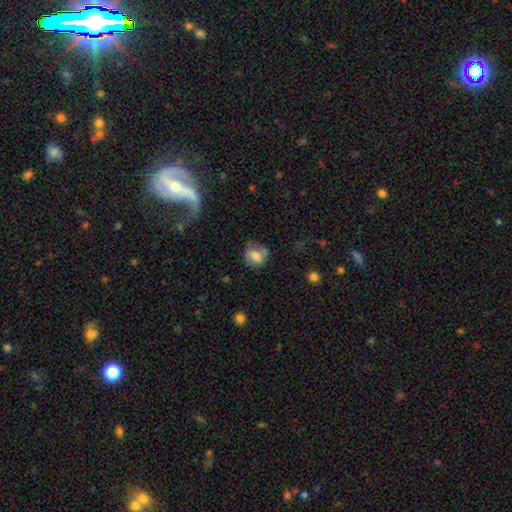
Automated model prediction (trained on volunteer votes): Smooth or featured? Predicted: smooth (p=0.71). How rounded? Predicted: round (p=0.62). Merging? Predicted: none (p=0.62).